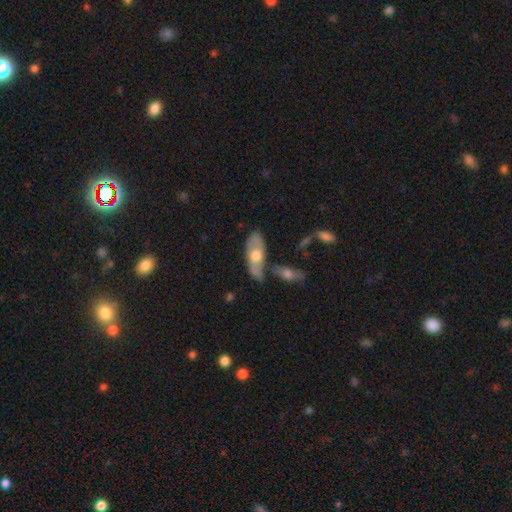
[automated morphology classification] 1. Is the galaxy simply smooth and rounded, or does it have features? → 49% featured or disk, 46% smooth, 5% star or artifact.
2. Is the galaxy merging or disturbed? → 54% none, 21% merger, 18% minor disturbance, 7% major disturbance.